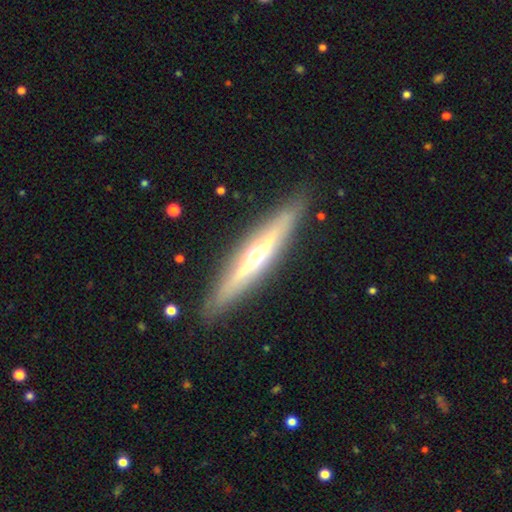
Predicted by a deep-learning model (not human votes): Smooth or featured? featured or disk (72%)
Edge-on disk? yes (92%)
Edge-on bulge? rounded (85%)
Merging? none (88%)